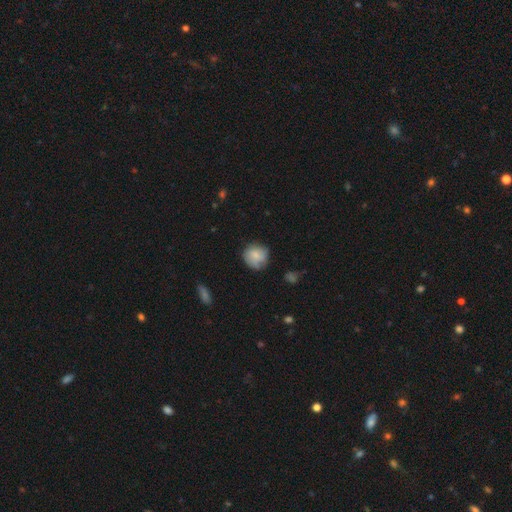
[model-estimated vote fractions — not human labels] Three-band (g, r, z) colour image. It shows a smooth galaxy with no disk features (77%) that is round (84%). Merging: none (67%).